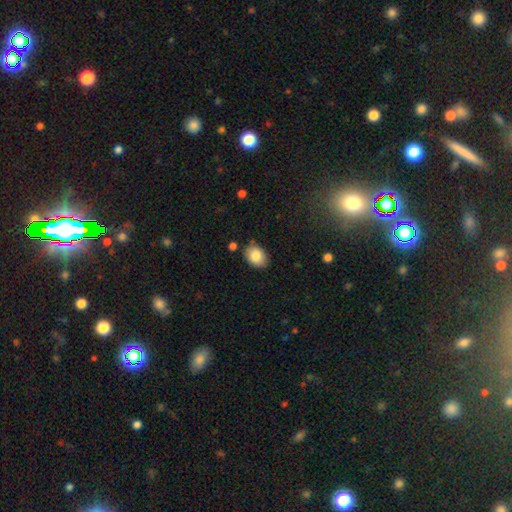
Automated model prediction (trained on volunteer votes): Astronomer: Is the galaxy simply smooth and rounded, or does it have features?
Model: smooth — 84%.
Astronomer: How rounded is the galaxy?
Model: in between — 71%.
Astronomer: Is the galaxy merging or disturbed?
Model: none — 82%.